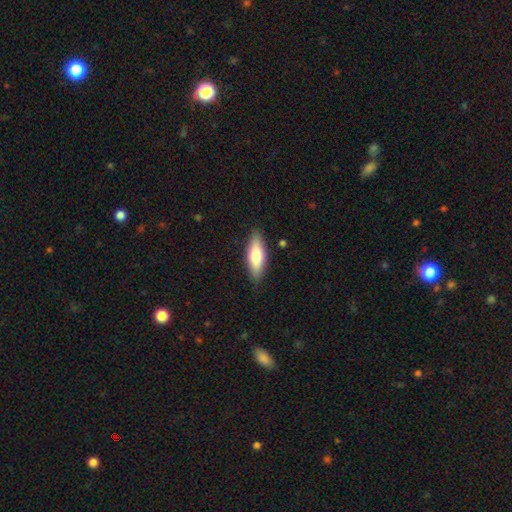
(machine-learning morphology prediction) A smooth galaxy with no disk features (71%) that is in between round and cigar-shaped (60%).

Vote fractions:
- Smooth or featured? smooth: 71% / featured or disk: 23% / star or artifact: 6%
- How rounded? in between: 60% / cigar-shaped: 38% / round: 2%
- Merging? none: 87% / minor disturbance: 10% / major disturbance: 2% / merger: 1%